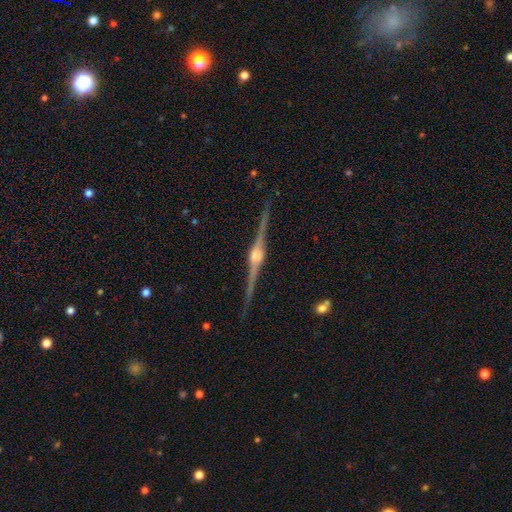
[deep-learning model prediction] This appears to be a featured or disk galaxy (91%) viewed edge-on (99%) with a rounded central bulge (89%). Merging: none (90%).